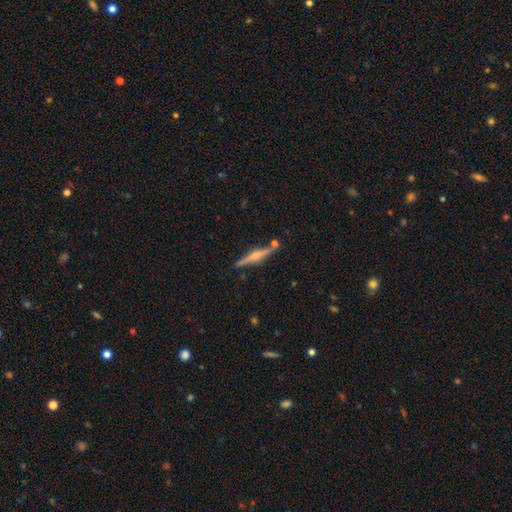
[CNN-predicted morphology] This appears to be a featured or disk galaxy (72%) viewed edge-on (98%) with a rounded central bulge (84%). Merging: none (82%).